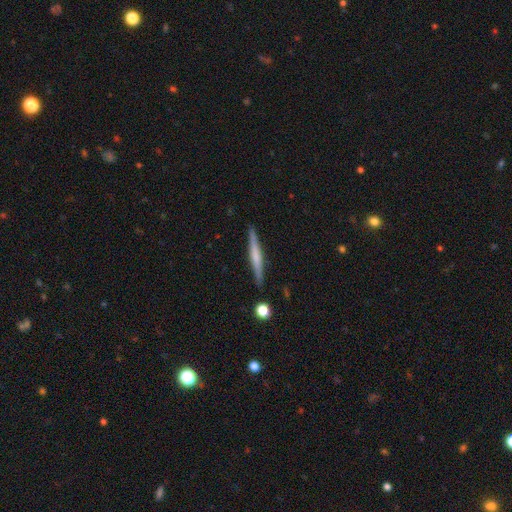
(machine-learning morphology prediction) Smooth or featured?
  - featured or disk: 53% *
  - smooth: 41%
  - star or artifact: 6%
Edge-on disk?
  - yes: 97% *
  - no: 3%
Edge-on bulge?
  - none: 45% *
  - rounded: 37%
  - boxy: 18%
Merging?
  - none: 89% *
  - minor disturbance: 7%
  - merger: 2%
  - major disturbance: 2%